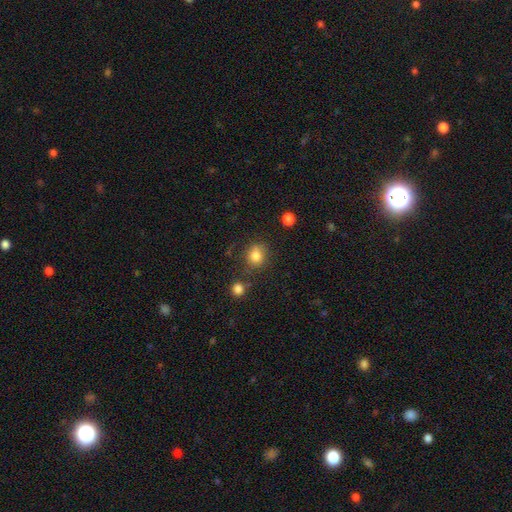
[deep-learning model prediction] Smooth or featured?
  - smooth: 82% *
  - star or artifact: 12%
  - featured or disk: 7%
How rounded?
  - round: 74% *
  - in between: 25%
  - cigar-shaped: 1%
Merging?
  - none: 72% *
  - minor disturbance: 16%
  - merger: 7%
  - major disturbance: 5%